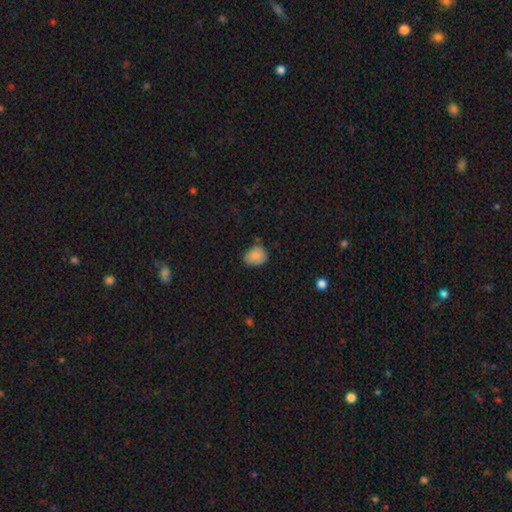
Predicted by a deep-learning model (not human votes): Smooth or featured: smooth — 82% (featured or disk — 9%)
How rounded: in between — 54% (round — 45%)
Merging: none — 61% (minor disturbance — 31%)